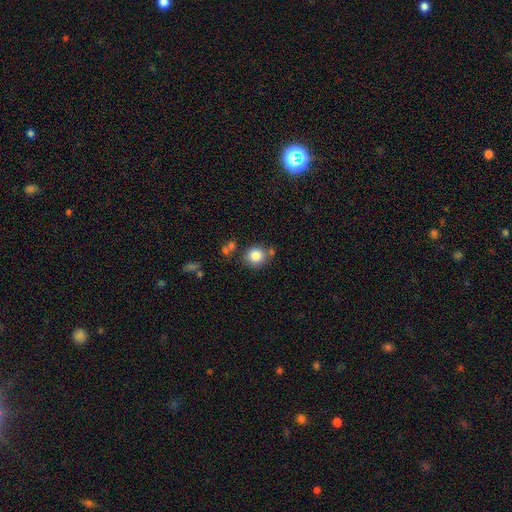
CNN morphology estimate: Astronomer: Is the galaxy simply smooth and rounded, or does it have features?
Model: smooth — 83%.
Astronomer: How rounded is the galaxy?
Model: round — 86%.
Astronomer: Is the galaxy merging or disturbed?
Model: none — 73%.